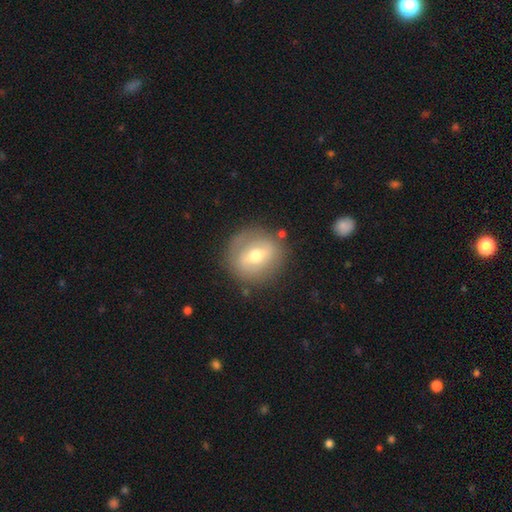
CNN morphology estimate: This appears to be a featured or disk galaxy (51%). Merging: none (80%).